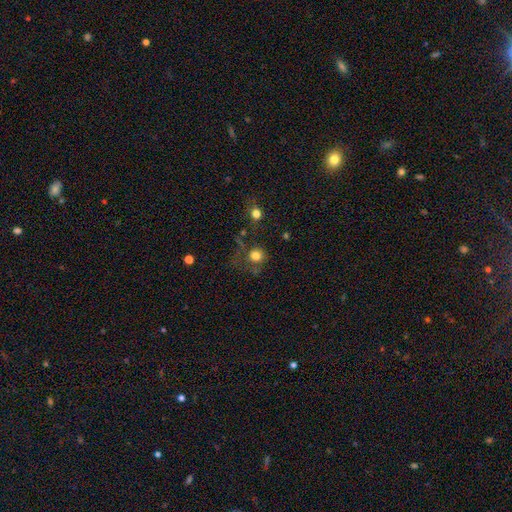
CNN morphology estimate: Overall: smooth (77%). How rounded: round (90%). Merging: none (60%).